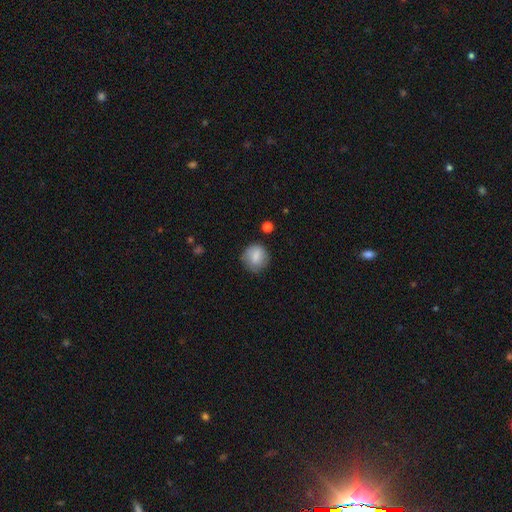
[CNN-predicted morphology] Overall: smooth (79%). How rounded: round (85%). Merging: none (73%).